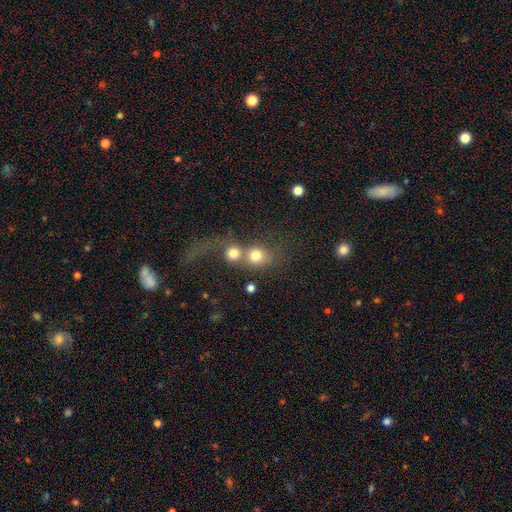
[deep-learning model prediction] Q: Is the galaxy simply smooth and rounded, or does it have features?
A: smooth — 74%.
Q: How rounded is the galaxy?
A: round — 81%.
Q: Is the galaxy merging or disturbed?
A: merger — 63%.